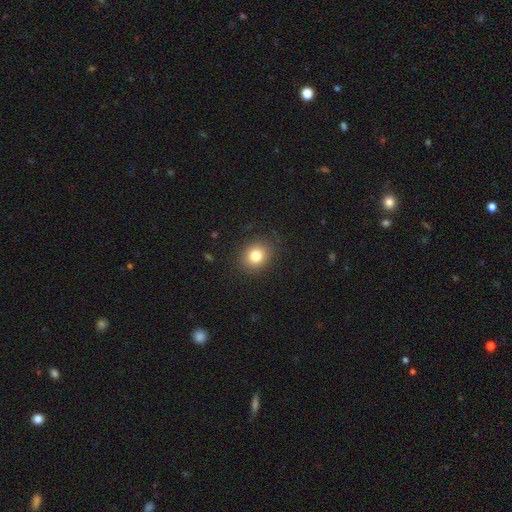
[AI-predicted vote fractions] Smooth or featured?
  - smooth: 81% *
  - star or artifact: 11%
  - featured or disk: 8%
How rounded?
  - round: 66% *
  - in between: 33%
  - cigar-shaped: 1%
Merging?
  - none: 86% *
  - minor disturbance: 9%
  - major disturbance: 3%
  - merger: 1%